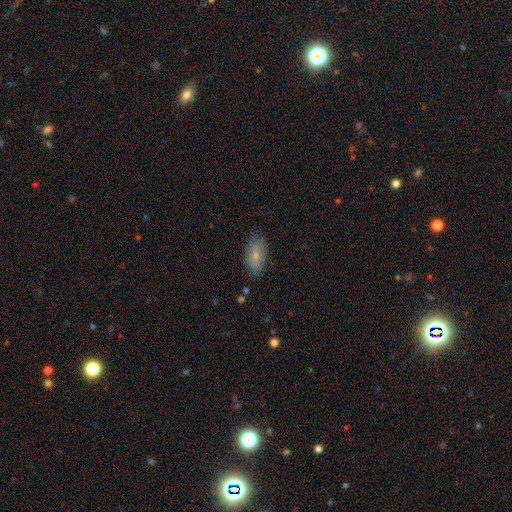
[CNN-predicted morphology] Smooth or featured?
  - smooth: 73% *
  - featured or disk: 20%
  - star or artifact: 7%
How rounded?
  - in between: 91% *
  - cigar-shaped: 6%
  - round: 3%
Merging?
  - none: 82% *
  - minor disturbance: 14%
  - major disturbance: 3%
  - merger: 1%